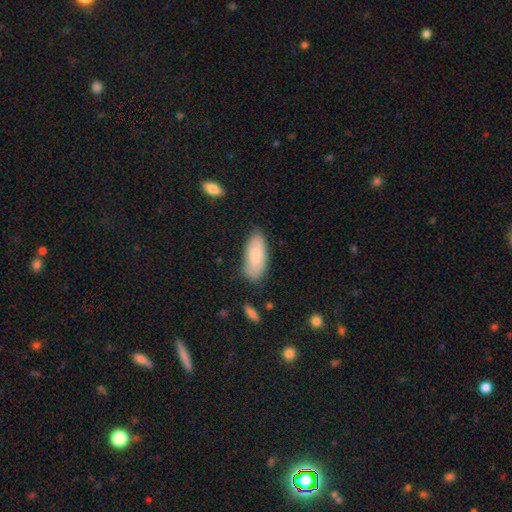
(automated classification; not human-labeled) Overall: smooth (82%). How rounded: in between (85%). Merging: none (76%).